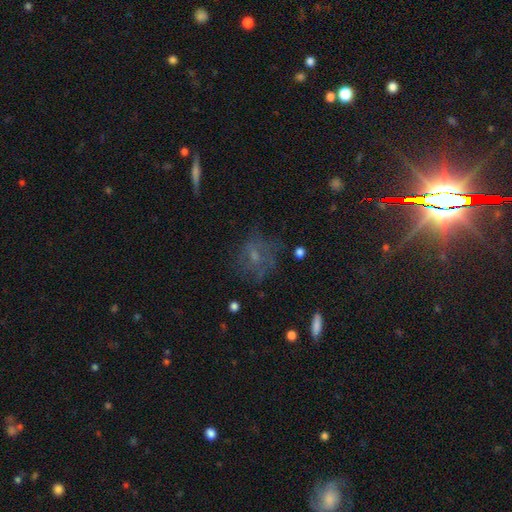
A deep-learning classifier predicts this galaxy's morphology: Smooth or featured? smooth (40%, tied with featured or disk)
Merging? none (57%)